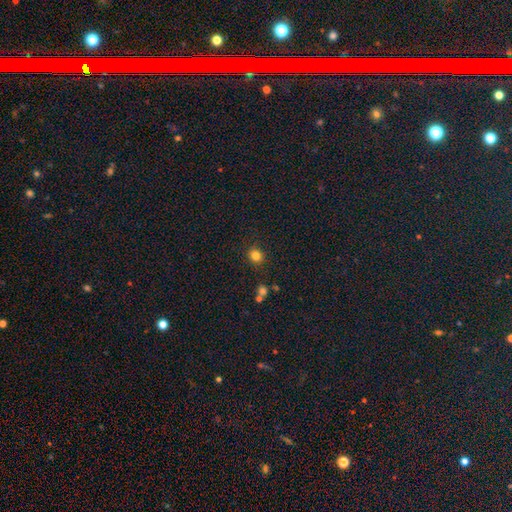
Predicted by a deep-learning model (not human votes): Smooth or featured? Predicted: smooth (p=0.82). How rounded? Predicted: round (p=0.80). Merging? Predicted: none (p=0.87).